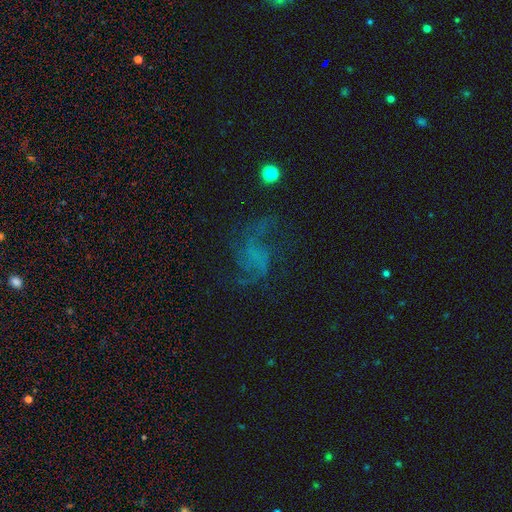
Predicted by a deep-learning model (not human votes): This is likely a featured or disk galaxy (63%). It is clearly not viewed edge-on (98%). Bar: likely no (69%). Spiral arm pattern: clearly yes (80%). Central bulge: likely none (75%). Merging: possibly none (55%).